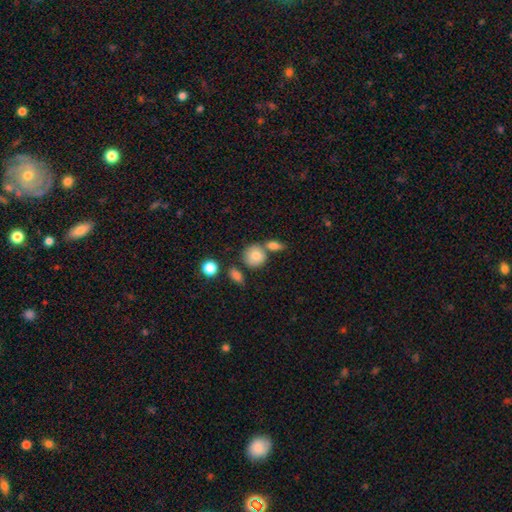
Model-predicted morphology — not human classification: A smooth galaxy with no disk features (79%) that is round (82%).

Vote fractions:
- Smooth or featured? smooth: 79% / featured or disk: 13% / star or artifact: 8%
- How rounded? round: 82% / in between: 17% / cigar-shaped: 1%
- Merging? none: 59% / merger: 25% / minor disturbance: 12% / major disturbance: 4%